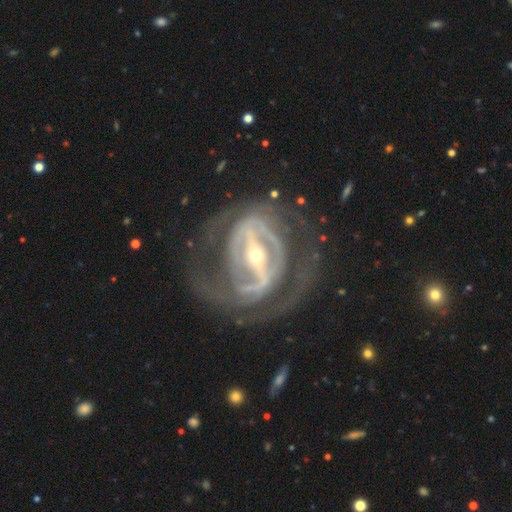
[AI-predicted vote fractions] Overall: featured or disk (90%). Edge-on disk: no (94%). Bar: strong (76%). Spiral arms: yes (85%). Spiral arm count: 2 (48%; can't tell 26%). Spiral winding: tight (50%; medium 37%). Bulge size: small (64%; moderate 31%). Merging: none (63%).